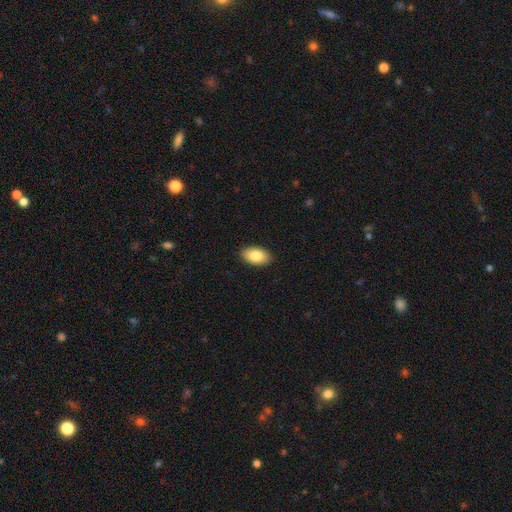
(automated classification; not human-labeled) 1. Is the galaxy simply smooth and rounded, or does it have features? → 85% smooth, 9% featured or disk, 6% star or artifact.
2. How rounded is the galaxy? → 94% in between, 4% round, 2% cigar-shaped.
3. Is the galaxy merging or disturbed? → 90% none, 8% minor disturbance, 2% major disturbance, 1% merger.